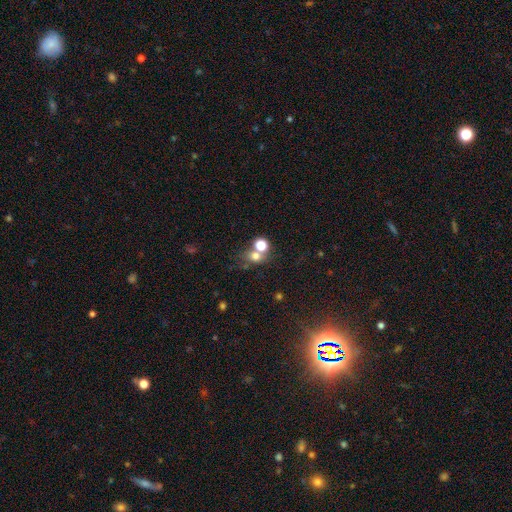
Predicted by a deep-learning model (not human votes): Smooth or featured: smooth — 69% (star or artifact — 19%)
How rounded: round — 70% (in between — 29%)
Merging: none — 44% (merger — 41%)